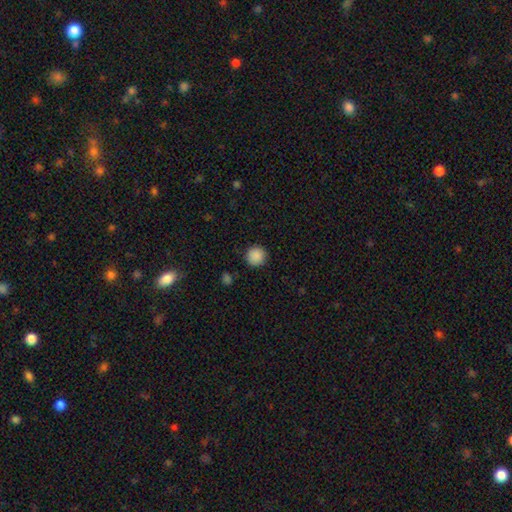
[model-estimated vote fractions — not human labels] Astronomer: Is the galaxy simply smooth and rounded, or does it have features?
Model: smooth — 88%.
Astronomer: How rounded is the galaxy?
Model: round — 94%.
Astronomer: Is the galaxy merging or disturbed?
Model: none — 90%.